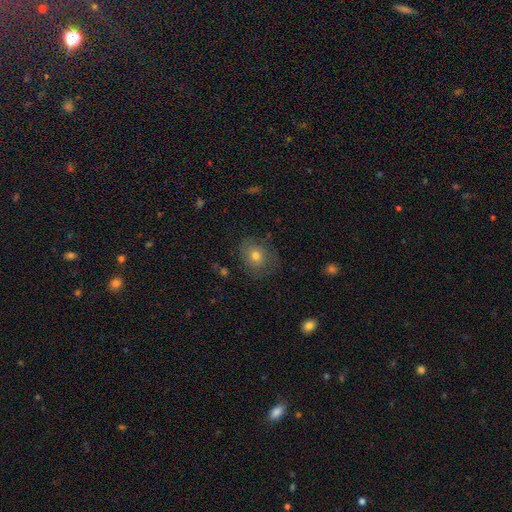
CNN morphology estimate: A smooth galaxy with no disk features (64%) that is round (65%). Merging: none (72%).